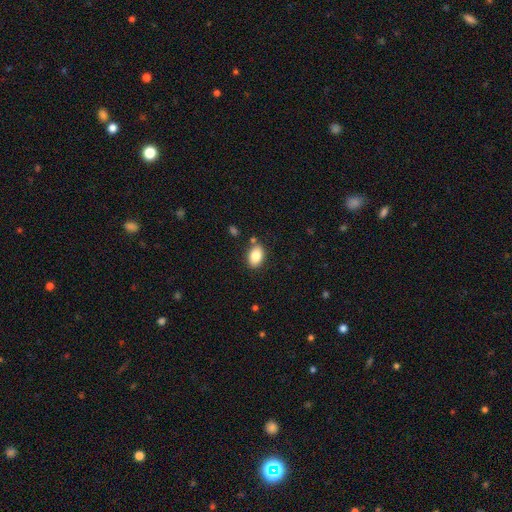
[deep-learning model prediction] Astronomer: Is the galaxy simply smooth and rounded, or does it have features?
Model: smooth — 84%.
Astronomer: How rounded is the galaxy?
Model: in between — 87%.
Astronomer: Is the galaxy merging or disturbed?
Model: none — 81%.